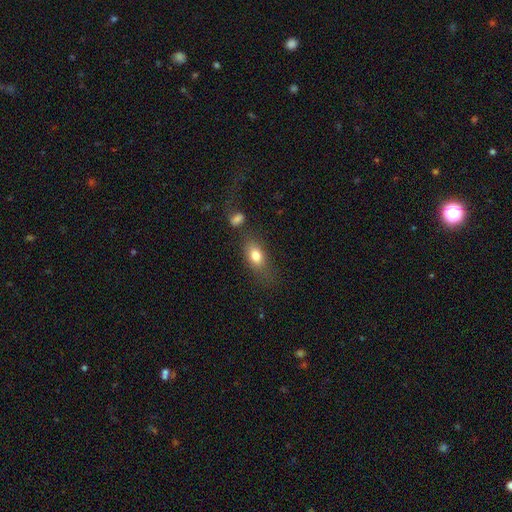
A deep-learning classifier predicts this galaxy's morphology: Smooth or featured?
  - smooth: 79% *
  - featured or disk: 13%
  - star or artifact: 9%
How rounded?
  - in between: 79% *
  - round: 14%
  - cigar-shaped: 7%
Merging?
  - none: 62% *
  - minor disturbance: 19%
  - major disturbance: 10%
  - merger: 9%